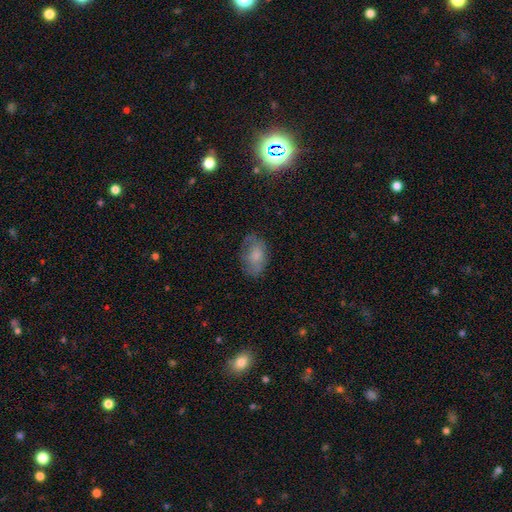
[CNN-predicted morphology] Smooth or featured? Predicted: smooth (p=0.66). How rounded? Predicted: in between (p=0.87). Merging? Predicted: none (p=0.65).